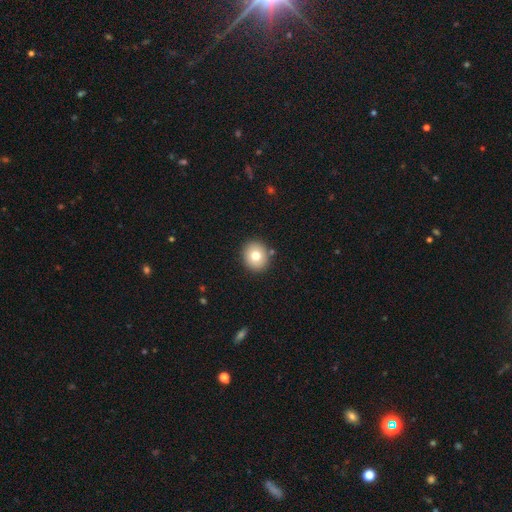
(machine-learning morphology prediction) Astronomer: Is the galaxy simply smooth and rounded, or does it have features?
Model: smooth — 76%.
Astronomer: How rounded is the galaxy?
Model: round — 80%.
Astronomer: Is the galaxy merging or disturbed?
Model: none — 87%.